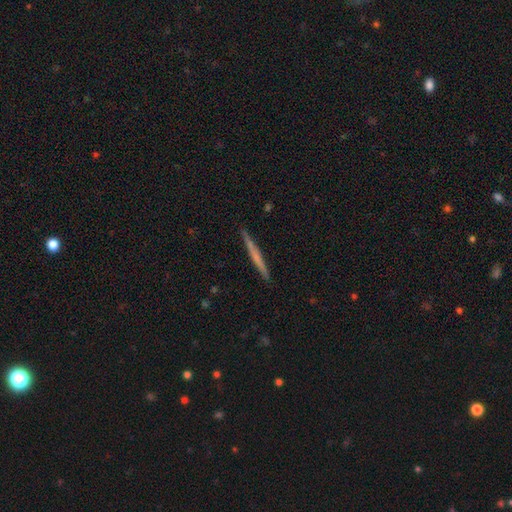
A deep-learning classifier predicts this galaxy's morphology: This is possibly a featured or disk galaxy (49%). Merging: clearly none (92%).